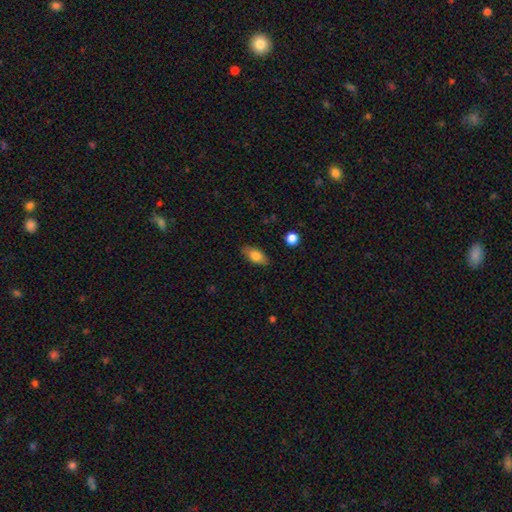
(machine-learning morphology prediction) A smooth galaxy with no disk features (78%) that is in between round and cigar-shaped (87%).

Vote fractions:
- Smooth or featured? smooth: 78% / featured or disk: 15% / star or artifact: 7%
- How rounded? in between: 87% / cigar-shaped: 8% / round: 4%
- Merging? none: 84% / minor disturbance: 12% / major disturbance: 3% / merger: 1%